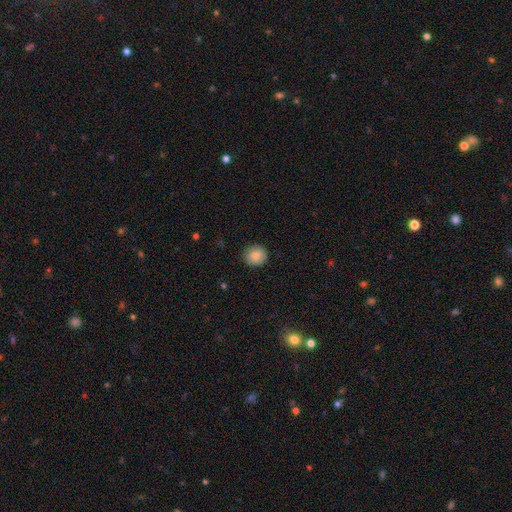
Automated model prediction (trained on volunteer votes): The model was most divided on "how rounded": round: 82%, in between: 17%, cigar-shaped: 1%. More confident: merging — none (88%); smooth or featured — smooth (86%).